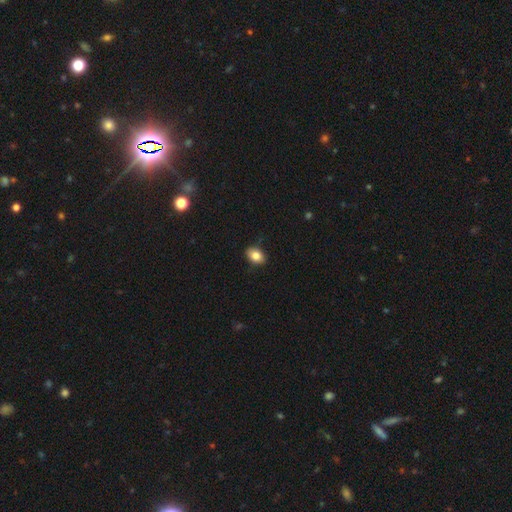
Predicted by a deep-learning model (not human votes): The model was most divided on "how rounded": in between: 77%, round: 22%, cigar-shaped: 1%. More confident: merging — none (87%); smooth or featured — smooth (84%).